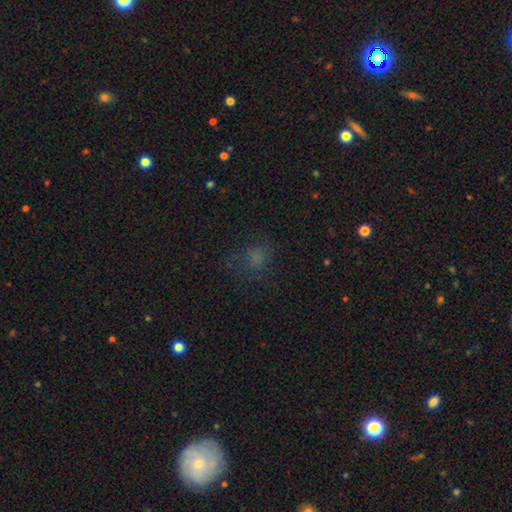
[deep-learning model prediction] Smooth or featured? Predicted: smooth (p=0.61). How rounded? Predicted: round (p=0.62). Merging? Predicted: none (p=0.62).